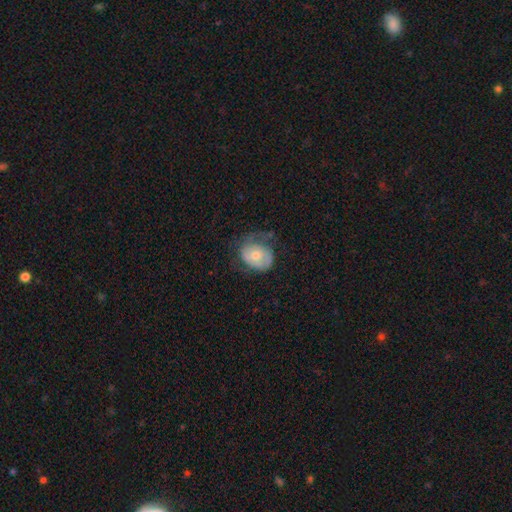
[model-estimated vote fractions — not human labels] smooth_or_featured: featured or disk (p=0.52) [alt: smooth p=0.41]
disk_edge_on: no (p=0.97) [alt: yes p=0.03]
bar: no (p=0.77) [alt: weak p=0.19]
has_spiral_arms: yes (p=0.72) [alt: no p=0.28]
bulge_size: moderate (p=0.49) [alt: small p=0.45]
merging: none (p=0.40) [alt: minor disturbance p=0.29]